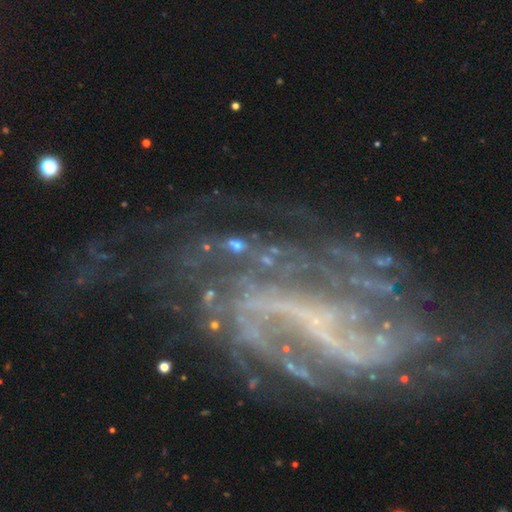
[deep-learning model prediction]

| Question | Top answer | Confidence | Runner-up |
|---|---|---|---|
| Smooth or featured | featured or disk | 84% | star or artifact (11%) |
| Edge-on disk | no | 96% | yes (4%) |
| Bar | strong | 37% | weak (35%) |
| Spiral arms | yes | 90% | no (10%) |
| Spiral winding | medium | 40% | loose (35%) |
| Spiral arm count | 2 | 35% | can't tell (27%) |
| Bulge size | none | 48% | small (42%) |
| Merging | none | 53% | major disturbance (24%) |